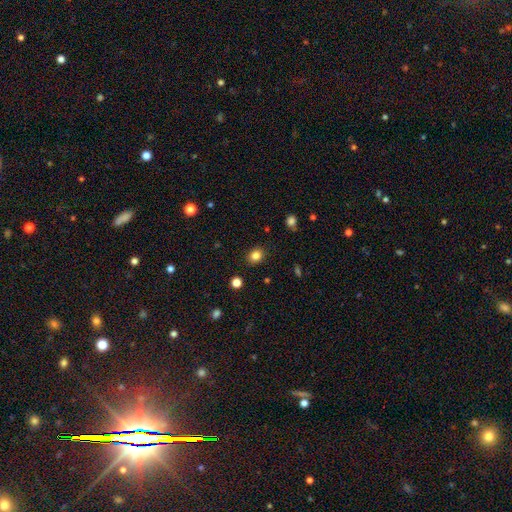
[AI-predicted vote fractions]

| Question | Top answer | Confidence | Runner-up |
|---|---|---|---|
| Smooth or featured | smooth | 83% | star or artifact (12%) |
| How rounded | round | 65% | in between (34%) |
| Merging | none | 89% | minor disturbance (8%) |